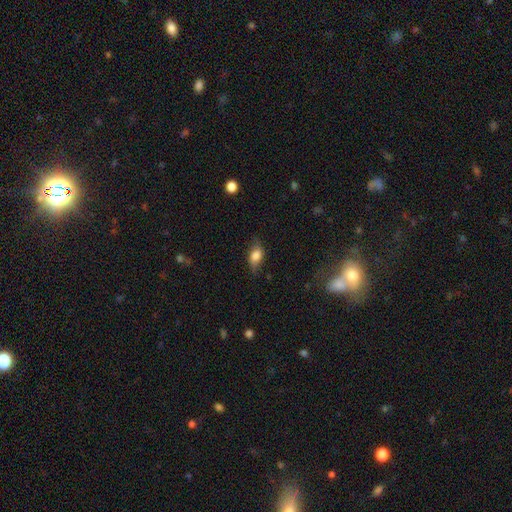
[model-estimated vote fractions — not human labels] A smooth galaxy with no disk features (75%) that is in between round and cigar-shaped (82%).

Vote fractions:
- Smooth or featured? smooth: 75% / featured or disk: 17% / star or artifact: 8%
- How rounded? in between: 82% / round: 11% / cigar-shaped: 7%
- Merging? none: 67% / minor disturbance: 25% / major disturbance: 7% / merger: 1%